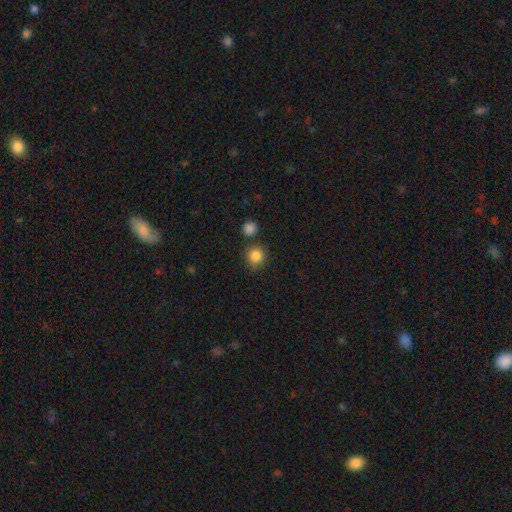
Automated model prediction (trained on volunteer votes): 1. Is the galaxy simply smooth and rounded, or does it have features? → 86% smooth, 10% star or artifact, 4% featured or disk.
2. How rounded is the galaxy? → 91% round, 8% in between, 1% cigar-shaped.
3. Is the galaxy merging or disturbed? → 77% none, 11% minor disturbance, 9% merger, 3% major disturbance.